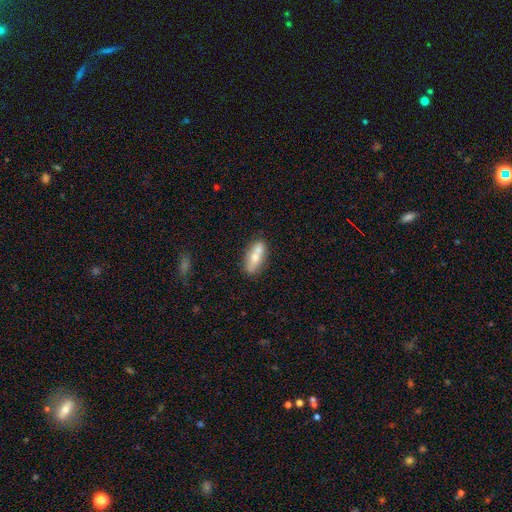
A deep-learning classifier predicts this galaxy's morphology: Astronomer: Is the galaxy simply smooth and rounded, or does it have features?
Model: smooth — 61%.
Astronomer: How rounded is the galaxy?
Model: in between — 66%.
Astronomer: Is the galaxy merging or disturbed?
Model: none — 60%.